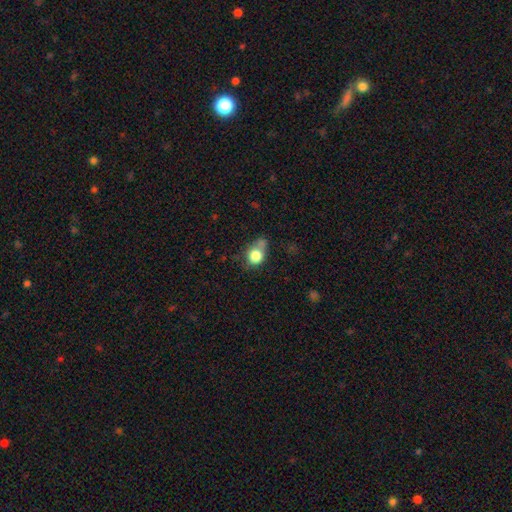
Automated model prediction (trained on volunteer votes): This appears to be a smooth galaxy with no disk features (80%) that is round (64%). Merging: none (41%).